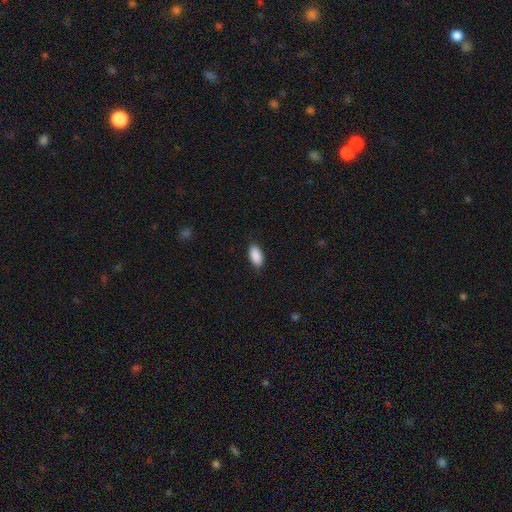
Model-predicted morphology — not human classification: smooth-or-featured: smooth: 90% | star or artifact: 6% | featured or disk: 3%
  how-rounded: in between: 92% | cigar-shaped: 5% | round: 2%
  merging: none: 87% | minor disturbance: 10% | major disturbance: 2% | merger: 1%